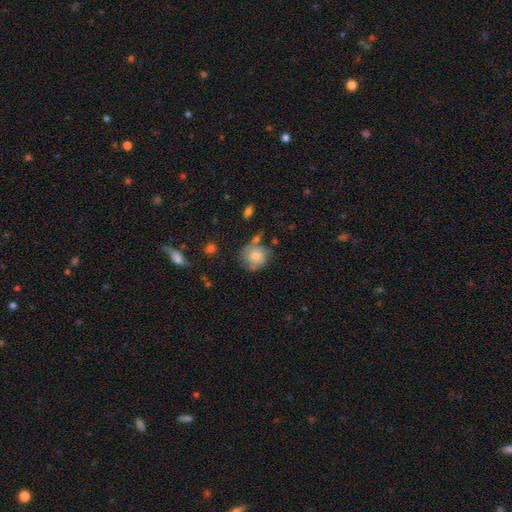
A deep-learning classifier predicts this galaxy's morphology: Smooth or featured? smooth (64%)
How rounded? round (85%)
Merging? none (58%)